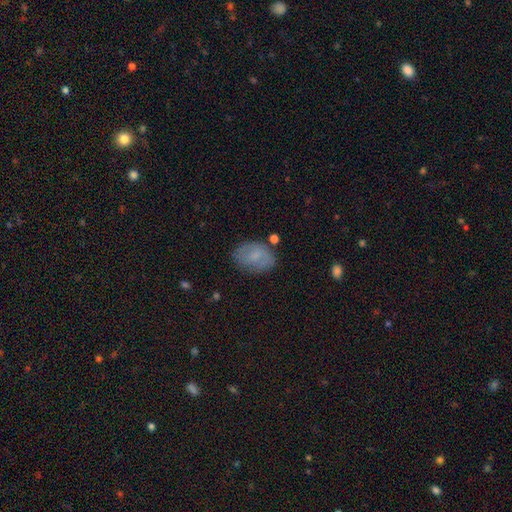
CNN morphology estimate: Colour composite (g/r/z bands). It shows a smooth galaxy with no disk features (67%) that is in between round and cigar-shaped (83%). Merging: none (72%).